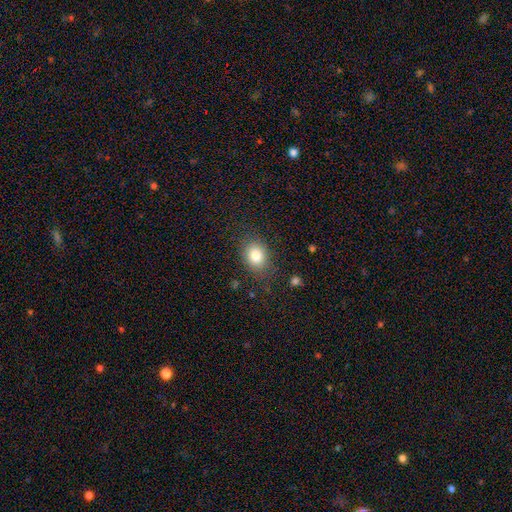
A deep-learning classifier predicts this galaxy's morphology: This is clearly a smooth galaxy (82%). How rounded: possibly in between (54%). Merging: clearly none (81%).